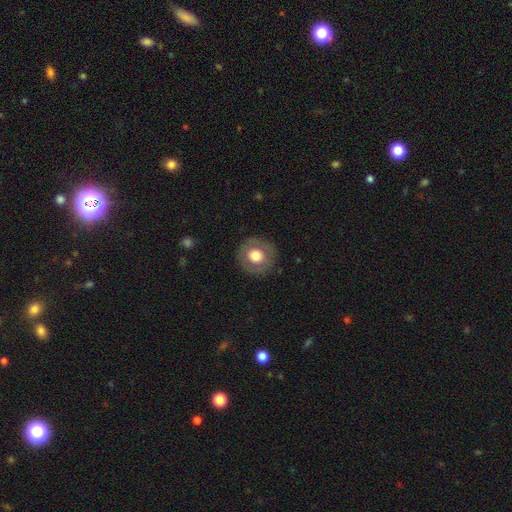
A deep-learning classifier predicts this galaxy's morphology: Smooth or featured? smooth (63%)
How rounded? round (92%)
Merging? none (86%)